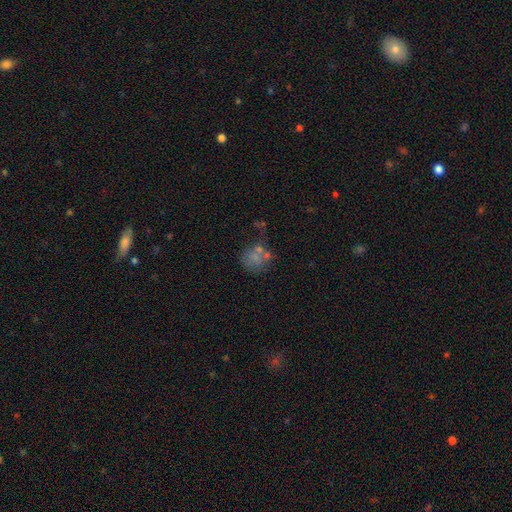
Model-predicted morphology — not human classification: The model was most divided on "smooth or featured": smooth: 48%, star or artifact: 31%, featured or disk: 21%. More confident: merging — none (58%).